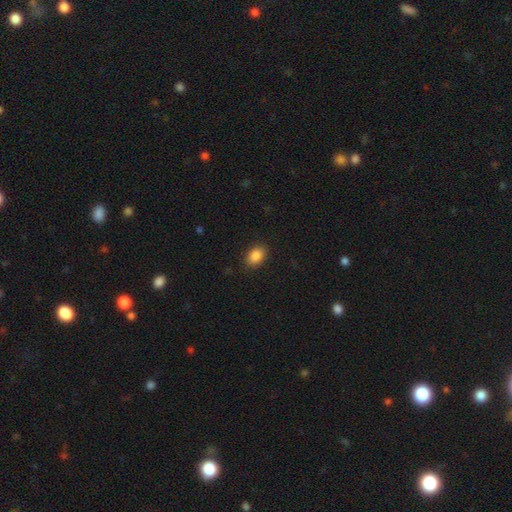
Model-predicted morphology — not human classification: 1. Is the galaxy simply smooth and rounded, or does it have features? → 87% smooth, 9% star or artifact, 4% featured or disk.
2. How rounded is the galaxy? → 77% in between, 22% round, 1% cigar-shaped.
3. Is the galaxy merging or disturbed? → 87% none, 9% minor disturbance, 2% major disturbance, 1% merger.